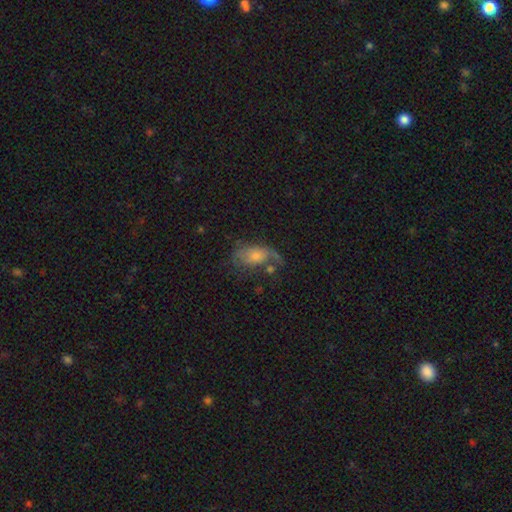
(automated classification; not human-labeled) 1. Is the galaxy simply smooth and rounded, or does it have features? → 47% smooth, 42% featured or disk, 11% star or artifact.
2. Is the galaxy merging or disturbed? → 34% none, 32% major disturbance, 23% minor disturbance, 10% merger.